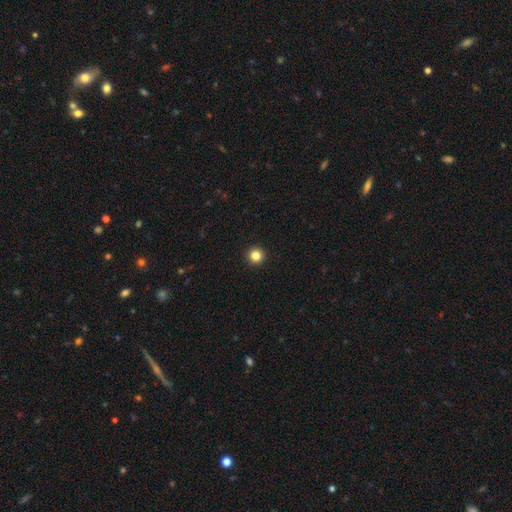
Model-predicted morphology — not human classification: smooth 84%, star or artifact 12%, featured or disk 4%. Down the decision tree: how rounded — round (96%); merging — none (94%).